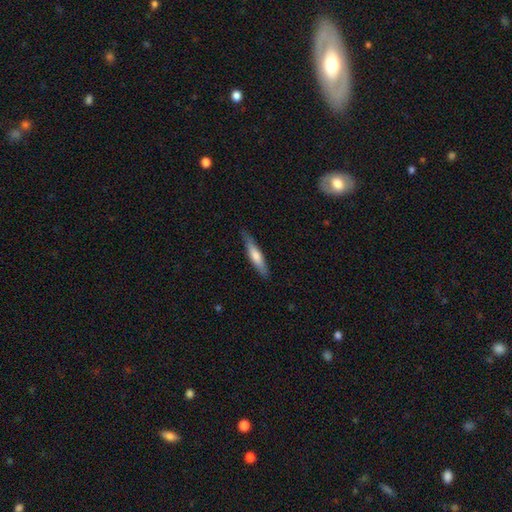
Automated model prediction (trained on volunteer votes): Q: Smooth or featured?
A: smooth (58%); runner-up: featured or disk (36%)
Q: How rounded?
A: cigar-shaped (87%); runner-up: in between (12%)
Q: Merging?
A: none (84%); runner-up: minor disturbance (13%)